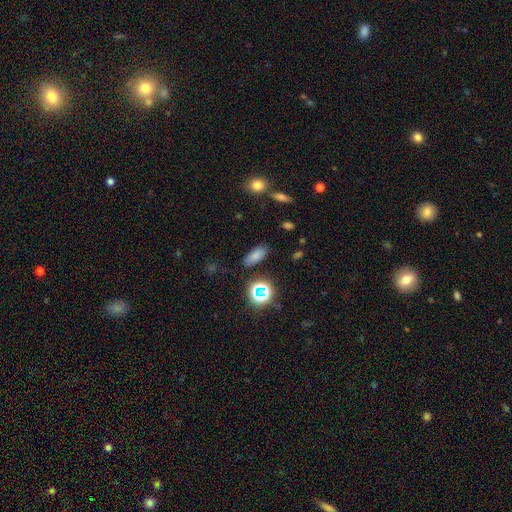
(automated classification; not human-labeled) This is likely a smooth galaxy (76%). How rounded: clearly in between (83%). Merging: clearly none (83%).